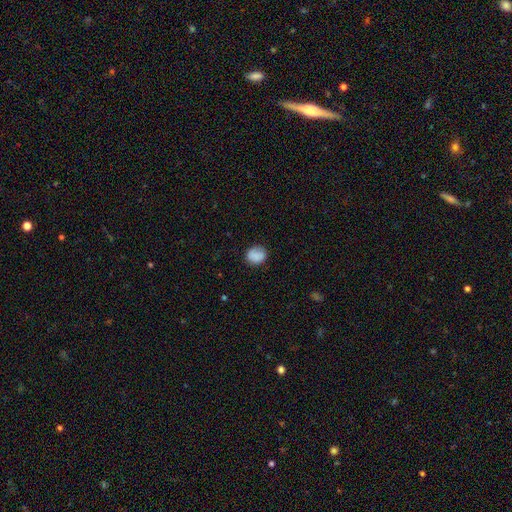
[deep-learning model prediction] This is clearly a smooth galaxy (85%). How rounded: likely round (69%). Merging: likely none (80%).